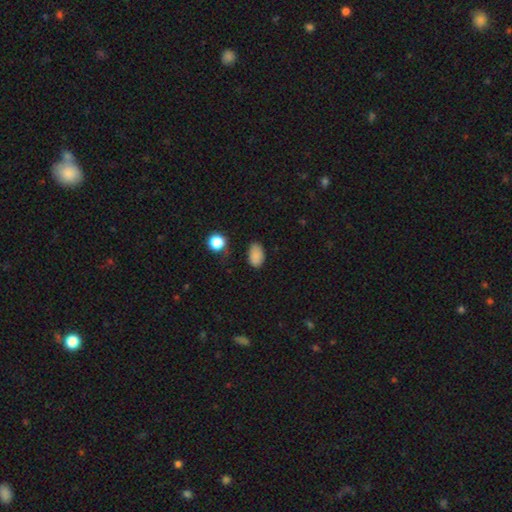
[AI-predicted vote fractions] A smooth galaxy with no disk features (83%) that is in between round and cigar-shaped (87%). Merging: none (72%).